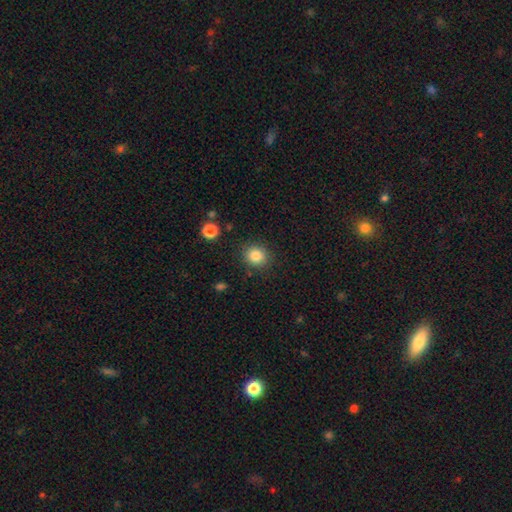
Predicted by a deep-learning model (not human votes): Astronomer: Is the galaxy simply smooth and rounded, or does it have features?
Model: smooth — 84%.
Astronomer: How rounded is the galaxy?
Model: round — 81%.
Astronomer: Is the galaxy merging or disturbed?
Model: none — 87%.